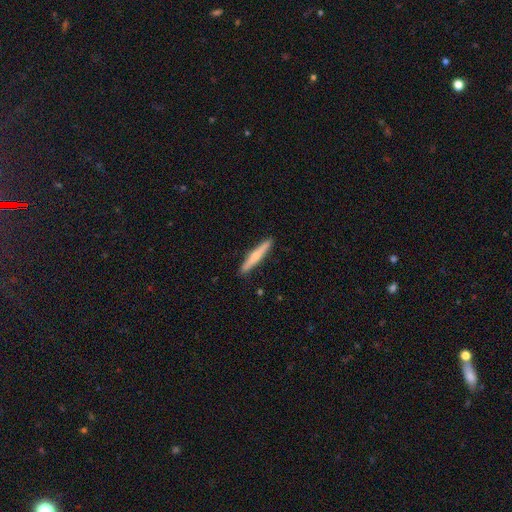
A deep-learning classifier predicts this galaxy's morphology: smooth_or_featured: smooth (p=0.53) [alt: featured or disk p=0.42]
how_rounded: cigar-shaped (p=0.95) [alt: in between p=0.04]
merging: none (p=0.91) [alt: minor disturbance p=0.06]